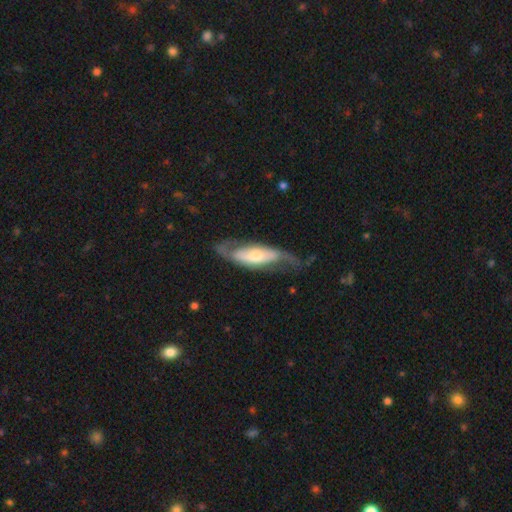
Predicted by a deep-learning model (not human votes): This is likely a featured or disk galaxy (71%). It is clearly not viewed edge-on (80%). Bar: possibly no (53%). Spiral arm pattern: clearly yes (83%). Central bulge: possibly moderate (50%). Merging: possibly none (58%).